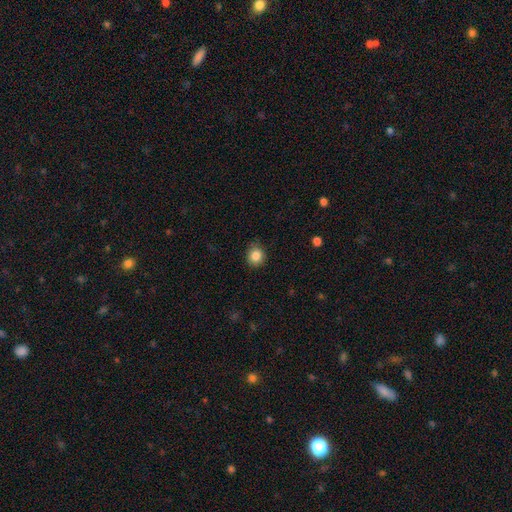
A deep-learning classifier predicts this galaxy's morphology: Smooth or featured?
  - smooth: 85% *
  - star or artifact: 10%
  - featured or disk: 5%
How rounded?
  - round: 82% *
  - in between: 17%
  - cigar-shaped: 1%
Merging?
  - none: 84% *
  - minor disturbance: 13%
  - major disturbance: 2%
  - merger: 1%